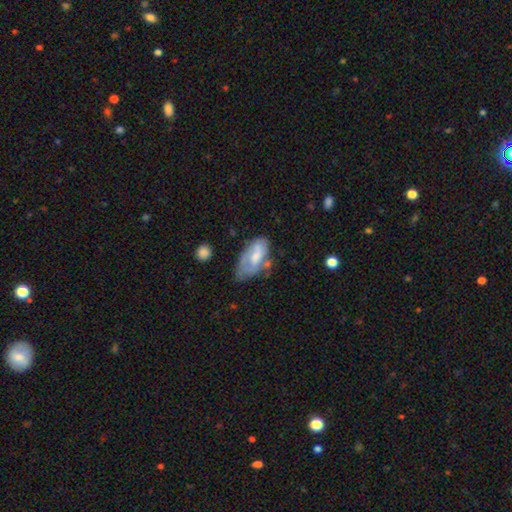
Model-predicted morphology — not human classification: smooth_or_featured: smooth (p=0.56) [alt: featured or disk p=0.38]
how_rounded: in between (p=0.91) [alt: cigar-shaped p=0.06]
merging: none (p=0.38) [alt: minor disturbance p=0.36]